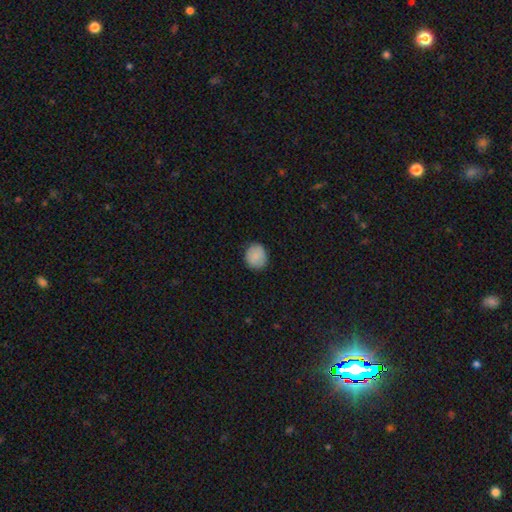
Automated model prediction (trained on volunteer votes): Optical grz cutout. It shows a smooth galaxy with no disk features (87%) that is round (82%). Merging: none (85%).